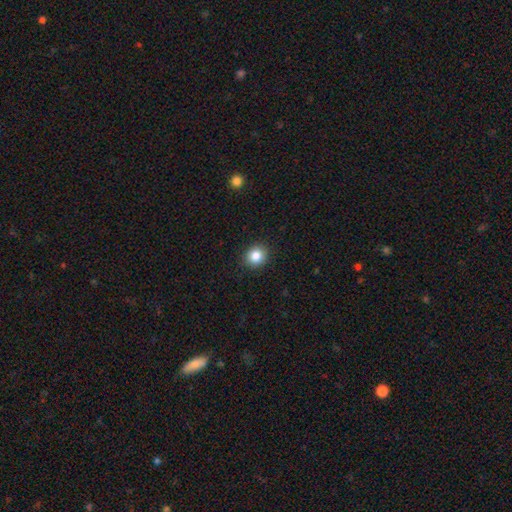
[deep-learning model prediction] Overall: smooth (85%). How rounded: round (82%). Merging: none (90%).